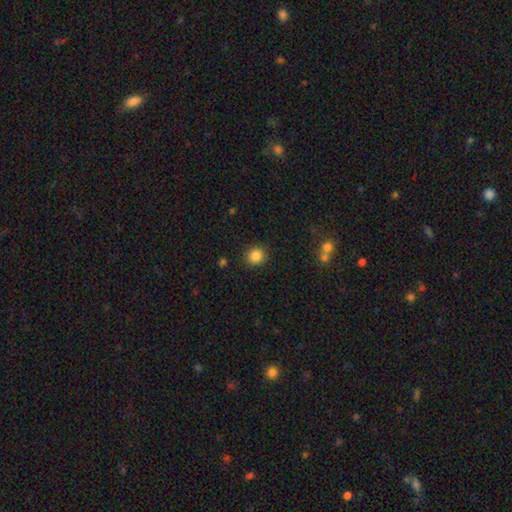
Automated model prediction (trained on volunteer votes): Overall: smooth (85%). How rounded: round (88%). Merging: none (90%).